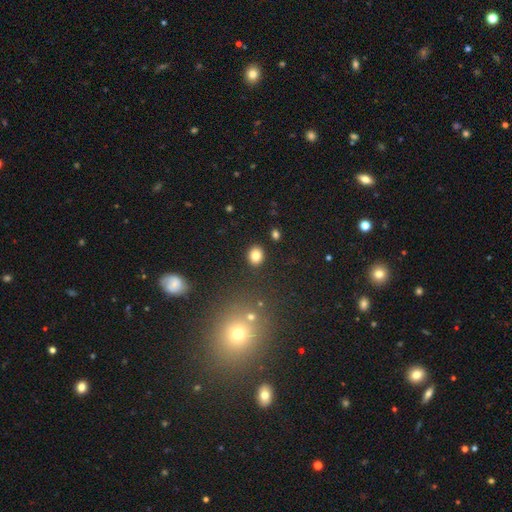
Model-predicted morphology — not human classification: Smooth or featured? smooth (82%)
How rounded? round (56%)
Merging? none (88%)